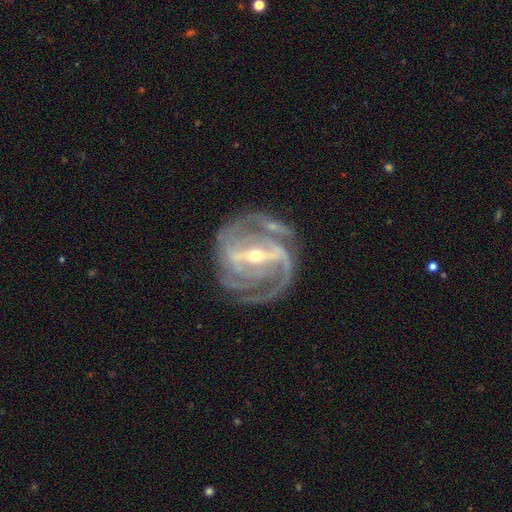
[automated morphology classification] Smooth or featured: featured or disk — 92% (star or artifact — 5%)
Edge-on disk: no — 95% (yes — 5%)
Bar: strong — 78% (weak — 17%)
Spiral arms: yes — 97% (no — 3%)
Spiral winding: tight — 49% (medium — 41%)
Spiral arm count: 2 — 40% (3 — 28%)
Bulge size: small — 60% (moderate — 37%)
Merging: none — 67% (minor disturbance — 17%)